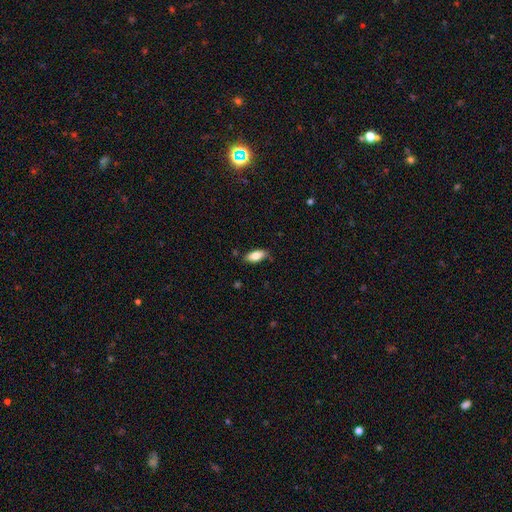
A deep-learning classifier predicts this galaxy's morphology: Smooth or featured? Predicted: smooth (p=0.81). How rounded? Predicted: in between (p=0.86). Merging? Predicted: none (p=0.82).